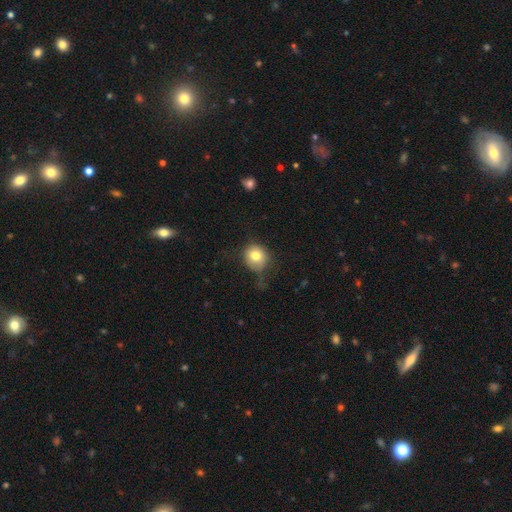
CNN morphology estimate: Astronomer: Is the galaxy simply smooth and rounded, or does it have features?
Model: smooth — 77%.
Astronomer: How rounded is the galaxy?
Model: round — 84%.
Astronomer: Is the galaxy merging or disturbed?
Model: none — 55%.